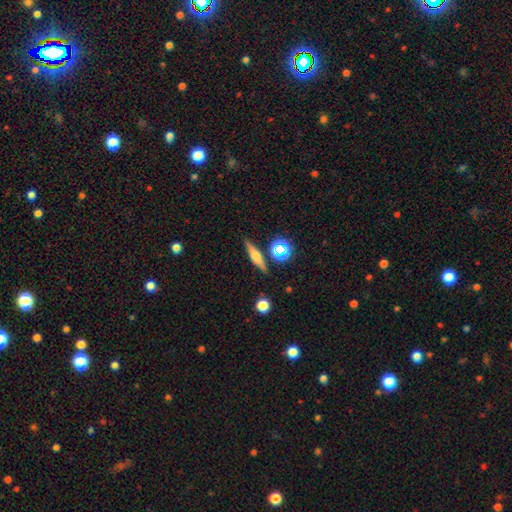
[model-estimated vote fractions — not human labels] A featured or disk galaxy (46%).

Vote fractions:
- Smooth or featured? featured or disk: 46% / smooth: 43% / star or artifact: 12%
- Merging? none: 83% / minor disturbance: 10% / merger: 4% / major disturbance: 3%